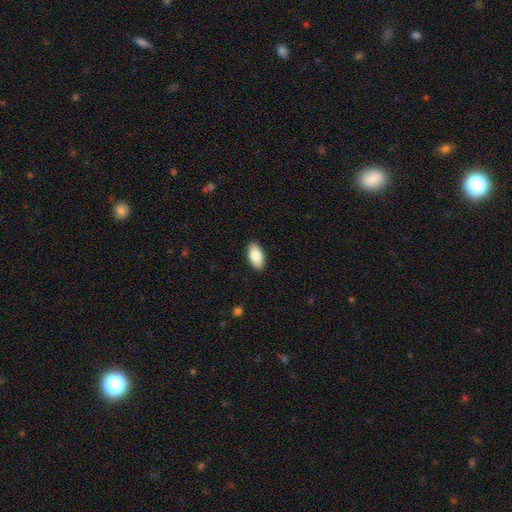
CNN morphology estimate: smooth-or-featured: smooth: 84% | featured or disk: 10% | star or artifact: 6%
  how-rounded: in between: 94% | cigar-shaped: 4% | round: 3%
  merging: none: 90% | minor disturbance: 8% | major disturbance: 2% | merger: 1%